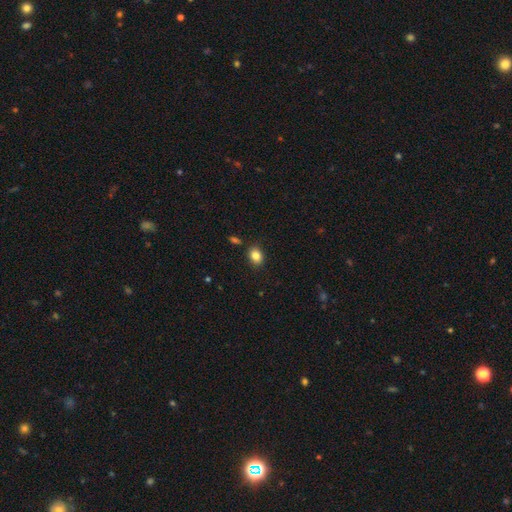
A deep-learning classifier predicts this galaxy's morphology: This appears to be a smooth galaxy with no disk features (84%) that is in between round and cigar-shaped (59%). Merging: none (85%).